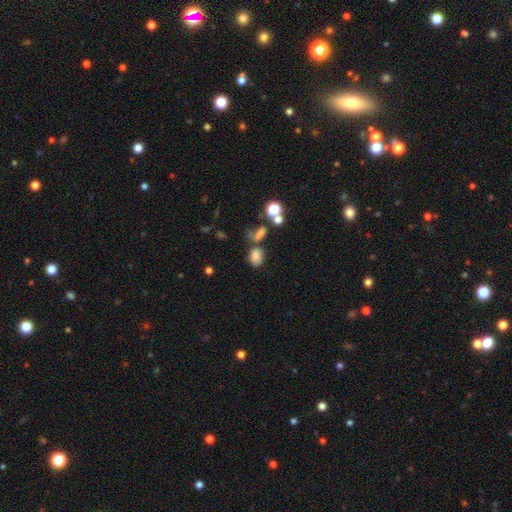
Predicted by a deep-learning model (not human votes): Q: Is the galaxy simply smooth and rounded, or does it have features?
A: smooth — 73%.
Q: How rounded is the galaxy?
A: in between — 72%.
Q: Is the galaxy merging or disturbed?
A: none — 41%.